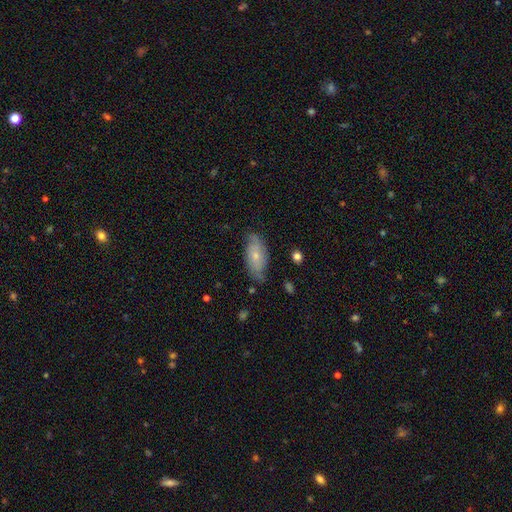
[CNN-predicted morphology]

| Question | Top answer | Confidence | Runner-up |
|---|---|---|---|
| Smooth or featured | smooth | 47% | featured or disk (46%) |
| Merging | none | 66% | minor disturbance (26%) |